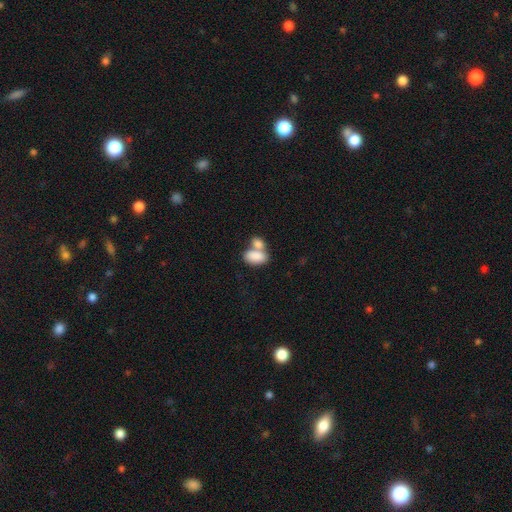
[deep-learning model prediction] Smooth or featured? smooth (83%)
How rounded? in between (92%)
Merging? merger (60%)